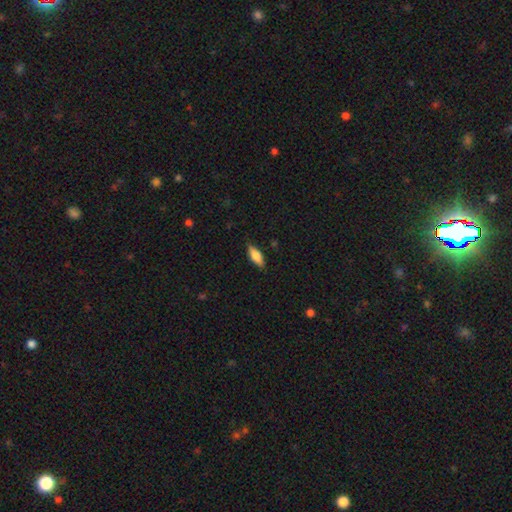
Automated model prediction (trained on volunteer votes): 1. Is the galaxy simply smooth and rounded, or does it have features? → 68% smooth, 26% featured or disk, 6% star or artifact.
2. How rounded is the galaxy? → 69% in between, 28% cigar-shaped, 2% round.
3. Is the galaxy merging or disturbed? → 83% none, 13% minor disturbance, 2% major disturbance, 1% merger.